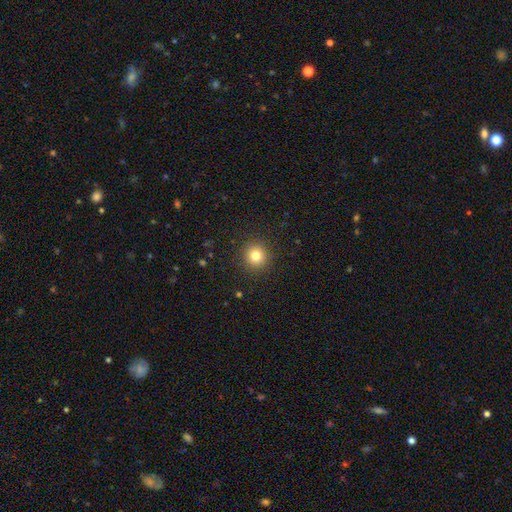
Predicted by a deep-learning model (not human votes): A smooth galaxy with no disk features (80%) that is round (94%). Merging: none (91%).